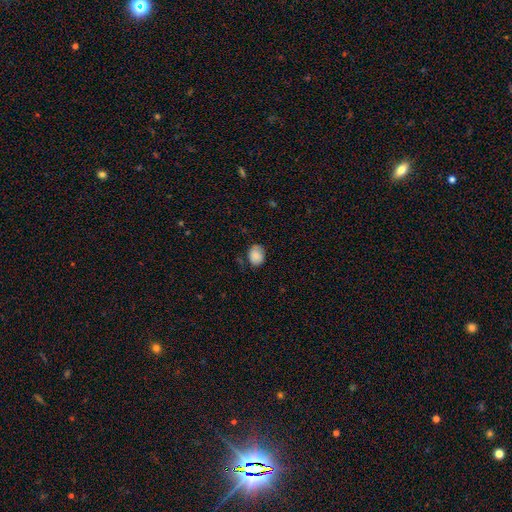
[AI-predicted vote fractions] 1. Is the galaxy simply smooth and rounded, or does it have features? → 86% smooth, 8% star or artifact, 7% featured or disk.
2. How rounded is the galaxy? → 58% in between, 41% round, 1% cigar-shaped.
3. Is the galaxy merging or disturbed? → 68% none, 25% minor disturbance, 6% major disturbance, 2% merger.